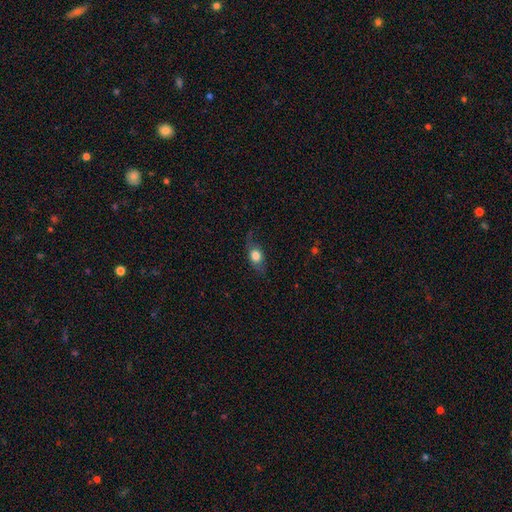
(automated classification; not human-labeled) Morphology: type=smooth (69%); roundness=in between (60%); merging=none (62%).